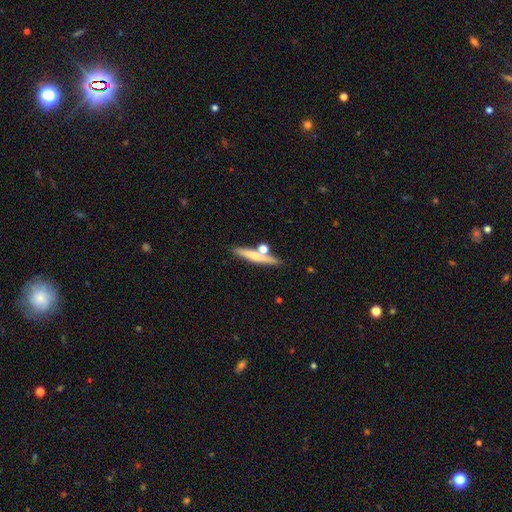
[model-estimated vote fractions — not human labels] Smooth or featured: smooth — 53% (featured or disk — 40%)
How rounded: cigar-shaped — 85% (in between — 10%)
Merging: none — 69% (merger — 17%)